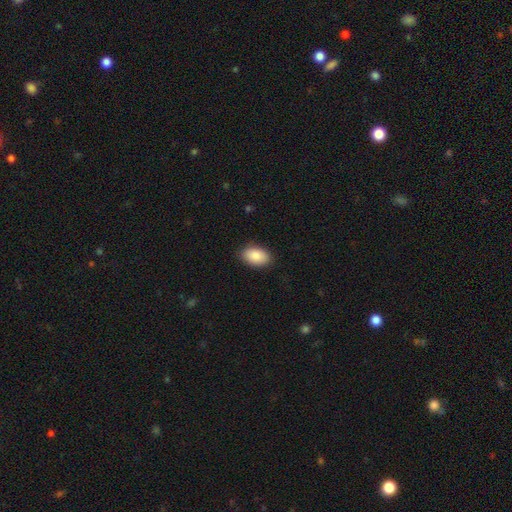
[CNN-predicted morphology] smooth-or-featured: smooth: 89% | star or artifact: 6% | featured or disk: 5%
  how-rounded: in between: 92% | round: 6% | cigar-shaped: 1%
  merging: none: 87% | minor disturbance: 9% | major disturbance: 2% | merger: 1%